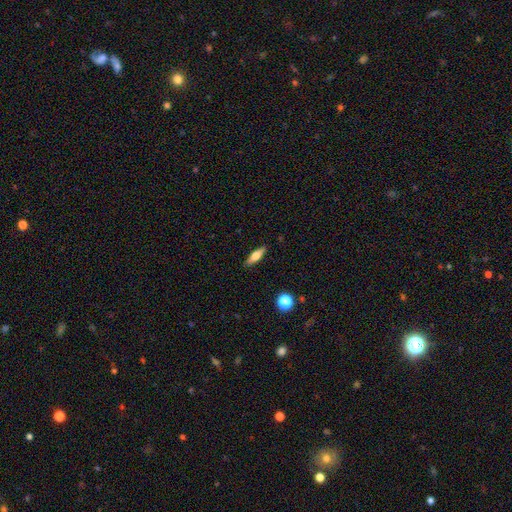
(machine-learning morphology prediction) Overall: smooth (61%; featured or disk 32%). How rounded: cigar-shaped (50%; in between 47%). Merging: none (88%).